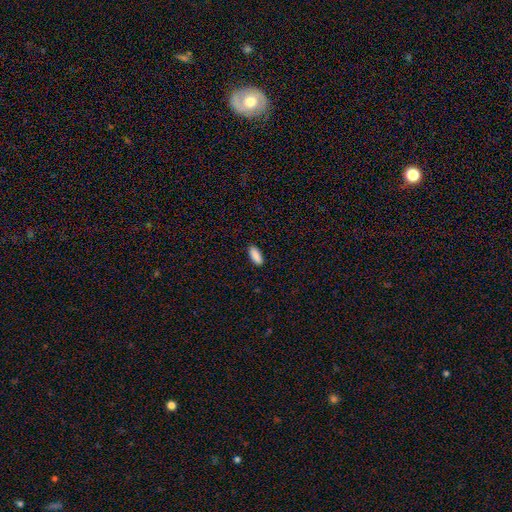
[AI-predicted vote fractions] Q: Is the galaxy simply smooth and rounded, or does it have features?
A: smooth — 90%.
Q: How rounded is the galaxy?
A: in between — 79%.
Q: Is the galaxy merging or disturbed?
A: none — 90%.